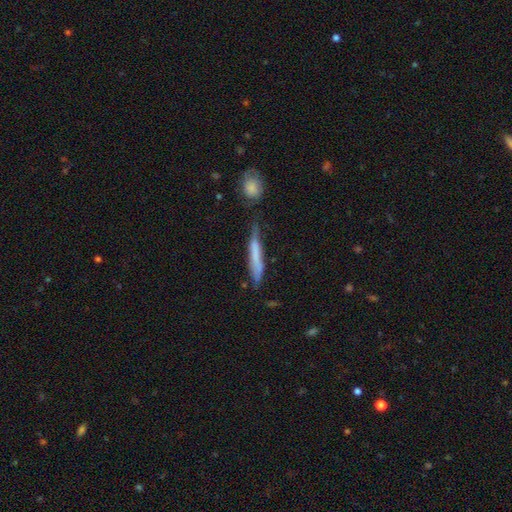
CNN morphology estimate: This is likely a smooth galaxy (61%). How rounded: clearly cigar-shaped (92%). Merging: possibly none (49%).